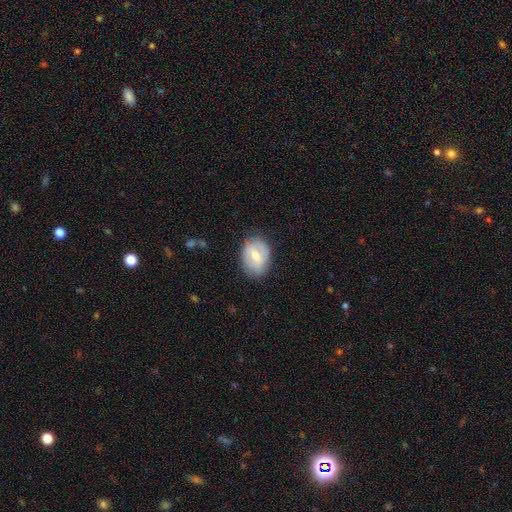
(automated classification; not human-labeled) Smooth or featured? Predicted: smooth (p=0.49). Merging? Predicted: none (p=0.78).